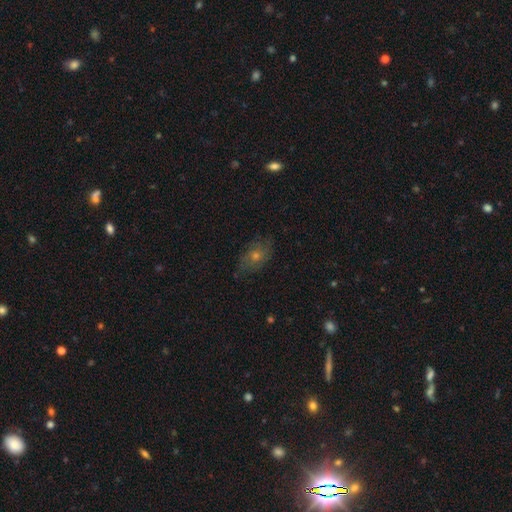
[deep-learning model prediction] Morphology: type=smooth (41%); merging=none (75%).